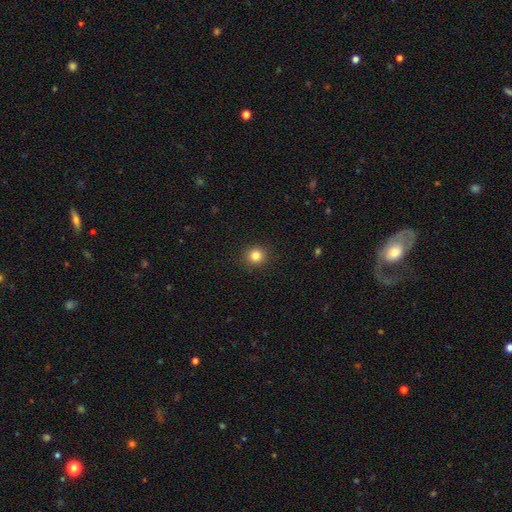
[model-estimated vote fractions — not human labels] Smooth or featured?
  - smooth: 83% *
  - star or artifact: 12%
  - featured or disk: 5%
How rounded?
  - round: 92% *
  - in between: 7%
  - cigar-shaped: 1%
Merging?
  - none: 91% *
  - minor disturbance: 6%
  - major disturbance: 2%
  - merger: 1%